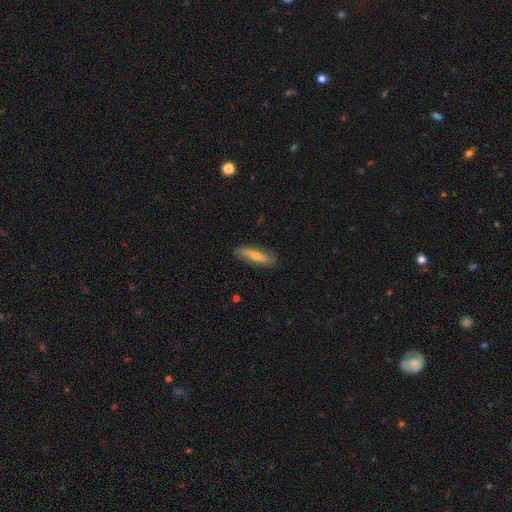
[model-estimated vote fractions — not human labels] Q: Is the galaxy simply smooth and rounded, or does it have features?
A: featured or disk — 49%.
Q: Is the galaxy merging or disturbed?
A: none — 83%.